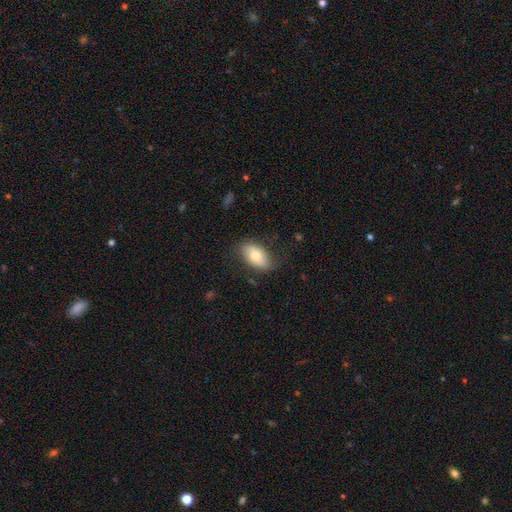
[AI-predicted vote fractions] Smooth or featured? Predicted: smooth (p=0.71). How rounded? Predicted: in between (p=0.92). Merging? Predicted: none (p=0.77).